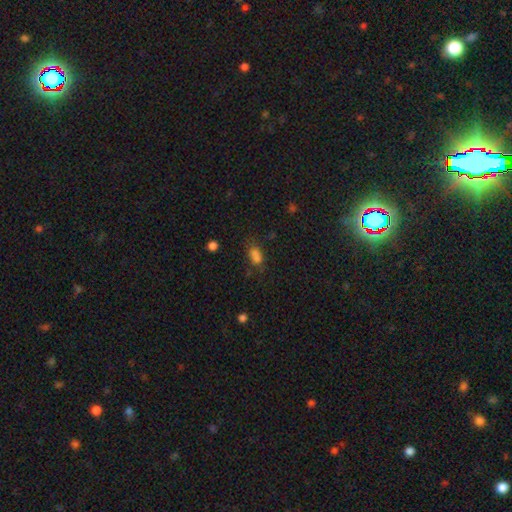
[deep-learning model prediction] smooth-or-featured: smooth: 72% | star or artifact: 17% | featured or disk: 11%
  how-rounded: in between: 77% | round: 16% | cigar-shaped: 7%
  merging: none: 43% | minor disturbance: 22% | merger: 22% | major disturbance: 13%